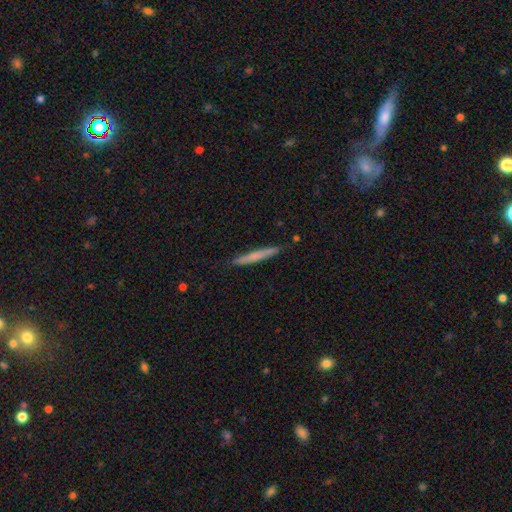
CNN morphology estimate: Smooth or featured?
  - smooth: 63% *
  - featured or disk: 32%
  - star or artifact: 6%
How rounded?
  - cigar-shaped: 96% *
  - in between: 3%
  - round: 1%
Merging?
  - none: 87% *
  - minor disturbance: 10%
  - major disturbance: 2%
  - merger: 1%